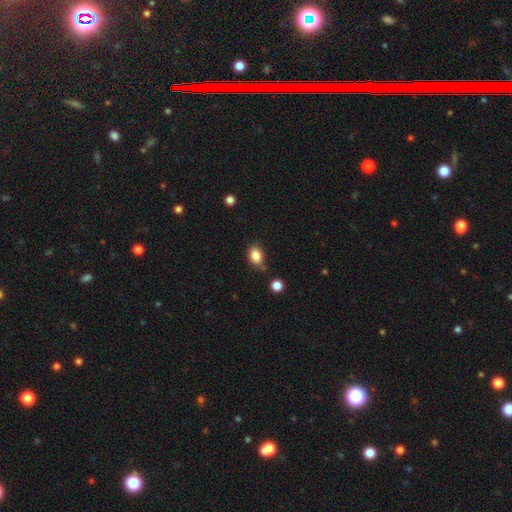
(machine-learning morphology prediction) A smooth galaxy with no disk features (86%) that is in between round and cigar-shaped (70%). Merging: none (69%).